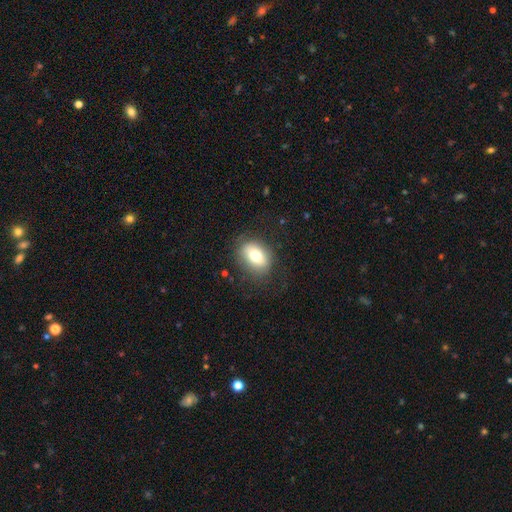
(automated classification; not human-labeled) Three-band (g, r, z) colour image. It shows a smooth galaxy with no disk features (74%) that is in between round and cigar-shaped (71%). Merging: none (79%).